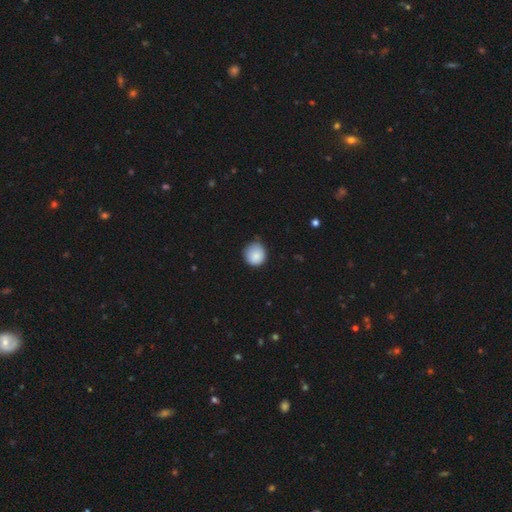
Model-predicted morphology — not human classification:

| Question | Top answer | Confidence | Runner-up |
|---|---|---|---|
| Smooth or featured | smooth | 87% | star or artifact (8%) |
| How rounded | round | 90% | in between (9%) |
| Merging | none | 71% | minor disturbance (24%) |